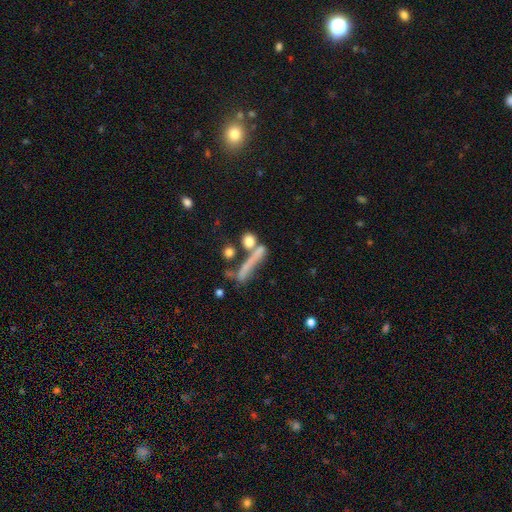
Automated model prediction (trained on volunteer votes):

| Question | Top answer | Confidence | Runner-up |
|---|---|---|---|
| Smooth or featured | smooth | 59% | featured or disk (29%) |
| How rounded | cigar-shaped | 65% | round (19%) |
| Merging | none | 44% | merger (27%) |